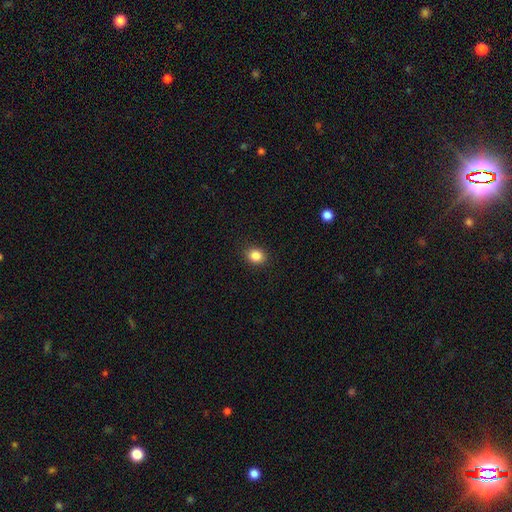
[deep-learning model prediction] Smooth or featured? Predicted: smooth (p=0.86). How rounded? Predicted: round (p=0.63). Merging? Predicted: none (p=0.90).